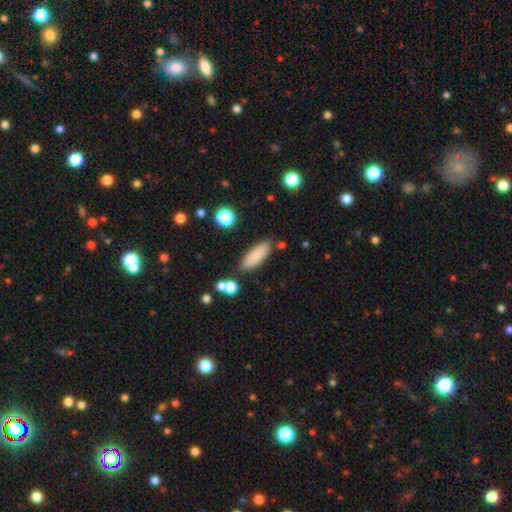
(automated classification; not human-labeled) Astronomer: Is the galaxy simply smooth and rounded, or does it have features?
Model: smooth — 84%.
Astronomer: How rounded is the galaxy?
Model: in between — 60% (runner-up: cigar-shaped, 38%).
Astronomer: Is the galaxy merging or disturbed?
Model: none — 82%.